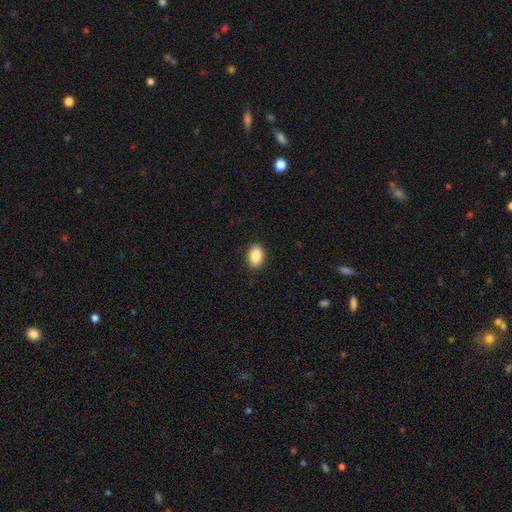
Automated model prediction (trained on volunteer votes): smooth 88%, star or artifact 7%, featured or disk 5%. Down the decision tree: how rounded — in between (90%); merging — none (89%).